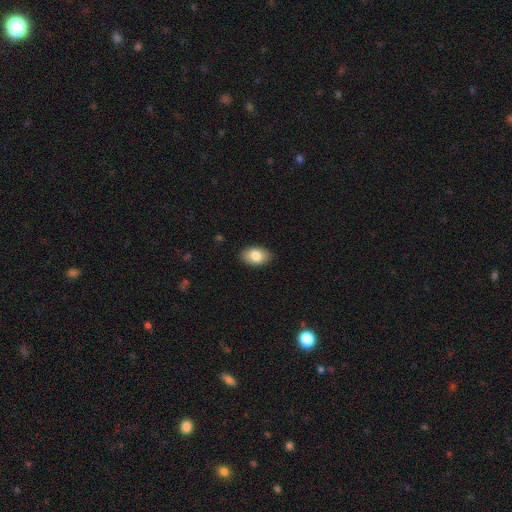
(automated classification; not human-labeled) Q: Smooth or featured?
A: smooth (83%); runner-up: featured or disk (10%)
Q: How rounded?
A: in between (89%); runner-up: round (10%)
Q: Merging?
A: none (87%); runner-up: minor disturbance (10%)